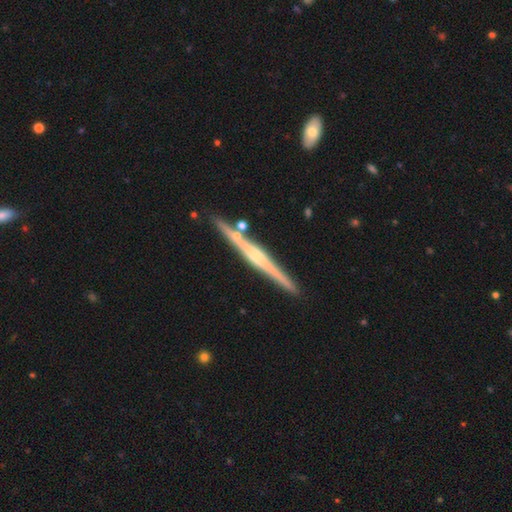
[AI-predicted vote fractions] Overall: featured or disk (77%). Edge-on disk: yes (98%). Edge-on bulge: rounded (58%; none 25%). Merging: none (86%).